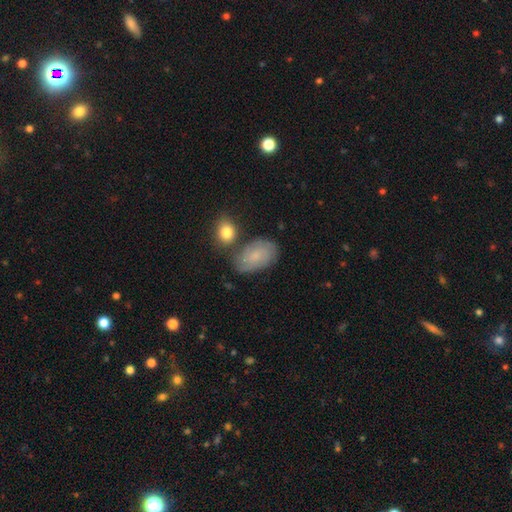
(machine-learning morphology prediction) A smooth galaxy with no disk features (53%) that is in between round and cigar-shaped (87%).

Vote fractions:
- Smooth or featured? smooth: 53% / featured or disk: 38% / star or artifact: 9%
- How rounded? in between: 87% / round: 11% / cigar-shaped: 2%
- Merging? none: 64% / minor disturbance: 20% / merger: 10% / major disturbance: 6%